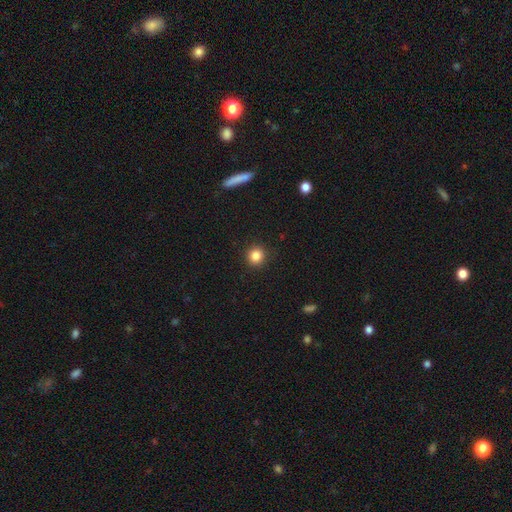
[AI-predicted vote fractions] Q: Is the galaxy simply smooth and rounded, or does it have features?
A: smooth — 84%.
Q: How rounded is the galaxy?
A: round — 93%.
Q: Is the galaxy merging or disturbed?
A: none — 92%.